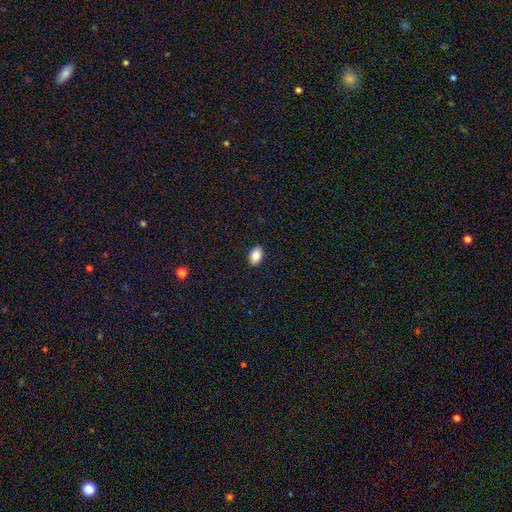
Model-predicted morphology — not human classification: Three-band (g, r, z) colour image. It shows a smooth galaxy with no disk features (85%) that is in between round and cigar-shaped (89%). Merging: none (90%).